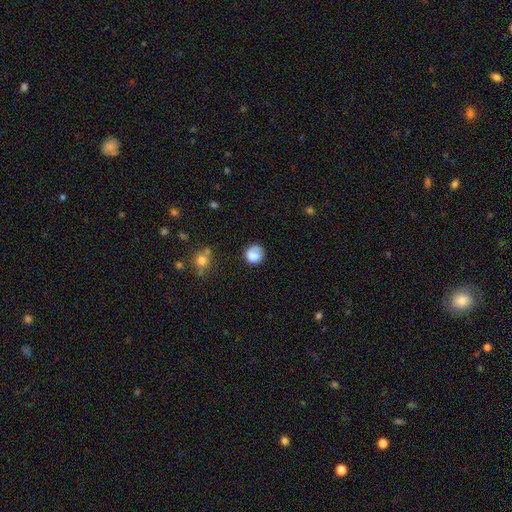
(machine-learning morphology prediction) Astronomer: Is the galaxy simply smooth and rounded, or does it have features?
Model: smooth — 79%.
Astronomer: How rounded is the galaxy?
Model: round — 87%.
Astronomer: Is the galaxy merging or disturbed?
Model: none — 67%.